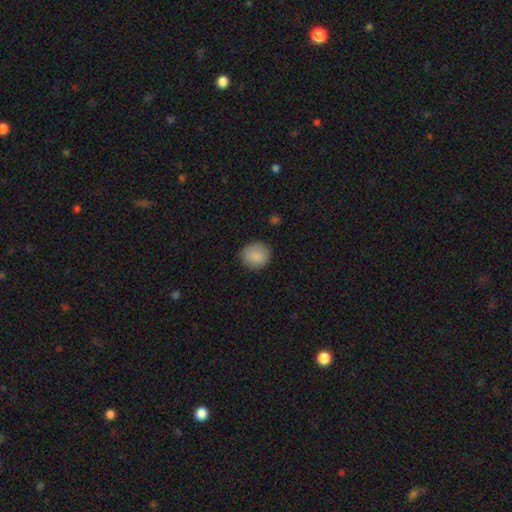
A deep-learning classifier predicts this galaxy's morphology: A smooth galaxy with no disk features (87%) that is round (79%).

Vote fractions:
- Smooth or featured? smooth: 87% / star or artifact: 8% / featured or disk: 5%
- How rounded? round: 79% / in between: 20% / cigar-shaped: 1%
- Merging? none: 83% / minor disturbance: 13% / major disturbance: 3% / merger: 1%